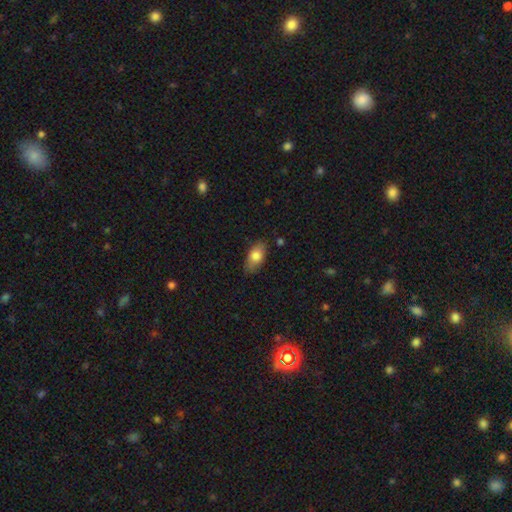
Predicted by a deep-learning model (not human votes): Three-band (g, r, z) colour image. It shows a smooth galaxy with no disk features (78%) that is in between round and cigar-shaped (89%). Merging: none (79%).